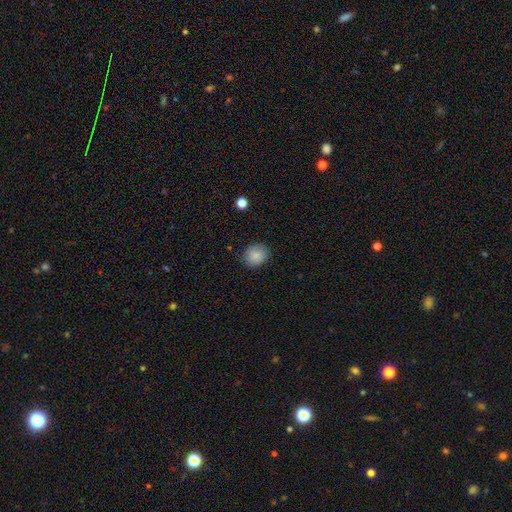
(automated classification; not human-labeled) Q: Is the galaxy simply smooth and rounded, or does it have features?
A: smooth — 86%.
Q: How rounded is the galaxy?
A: round — 70%.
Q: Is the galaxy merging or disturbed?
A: none — 84%.